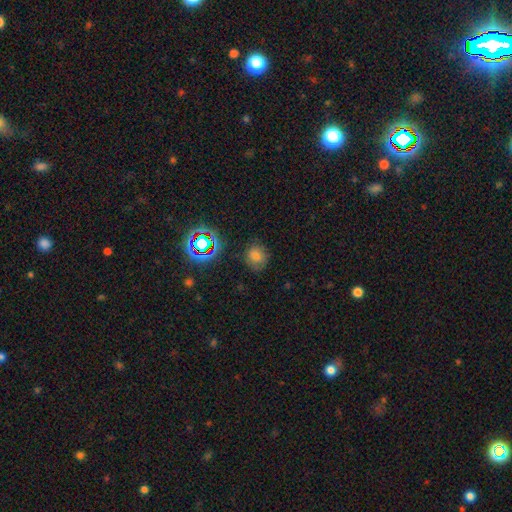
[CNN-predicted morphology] smooth 71%, star or artifact 20%, featured or disk 9%. Down the decision tree: how rounded — round (77%); merging — none (79%).